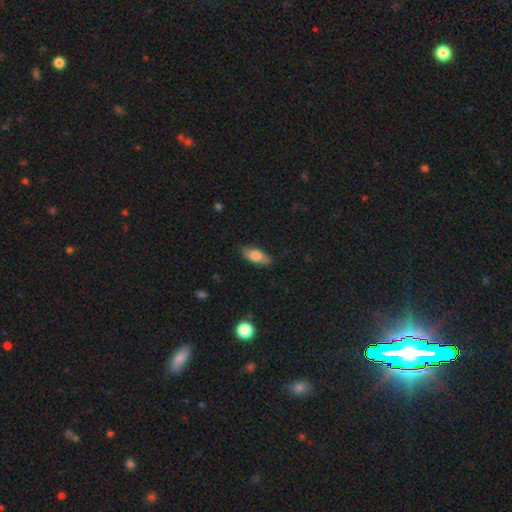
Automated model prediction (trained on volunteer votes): Q: Smooth or featured?
A: smooth (77%); runner-up: featured or disk (17%)
Q: How rounded?
A: in between (78%); runner-up: cigar-shaped (19%)
Q: Merging?
A: none (84%); runner-up: minor disturbance (12%)